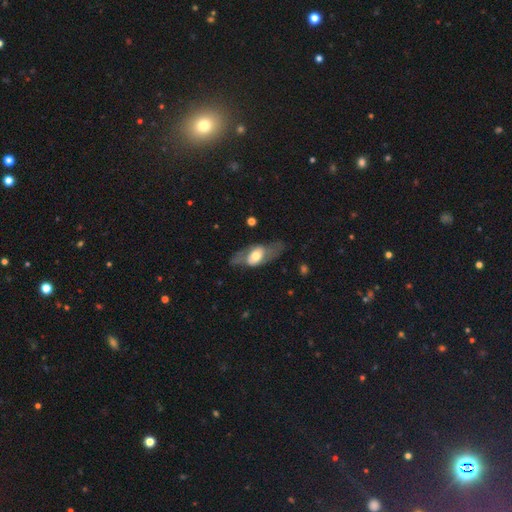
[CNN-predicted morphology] smooth-or-featured: featured or disk: 58% | smooth: 36% | star or artifact: 6%
  disk-edge-on: no: 77% | yes: 23%
  merging: none: 55% | minor disturbance: 22% | major disturbance: 20% | merger: 2%